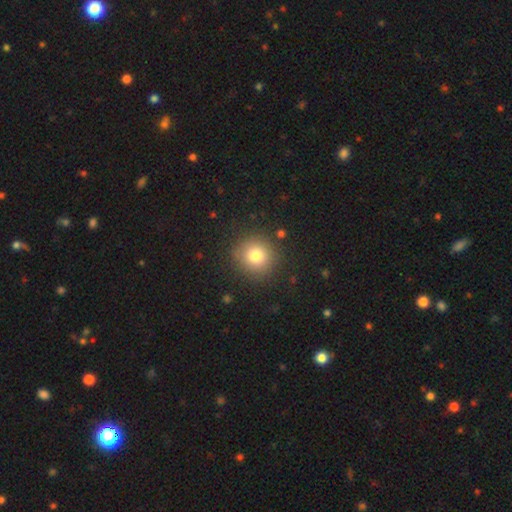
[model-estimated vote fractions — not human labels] The model was most divided on "smooth or featured": smooth: 79%, star or artifact: 12%, featured or disk: 9%. More confident: how rounded — round (91%); merging — none (88%).